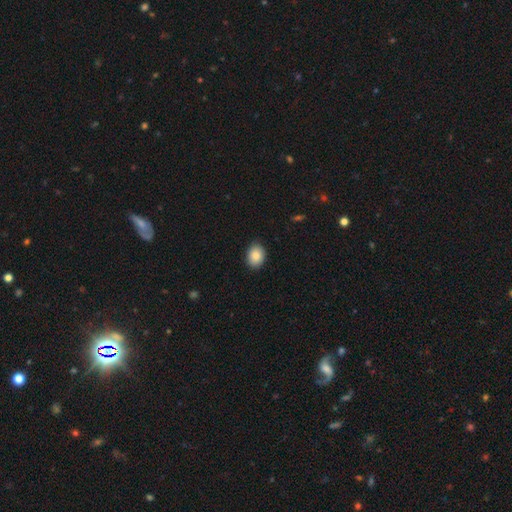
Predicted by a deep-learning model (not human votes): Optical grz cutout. It shows a smooth galaxy with no disk features (88%) that is in between round and cigar-shaped (67%). Merging: none (88%).